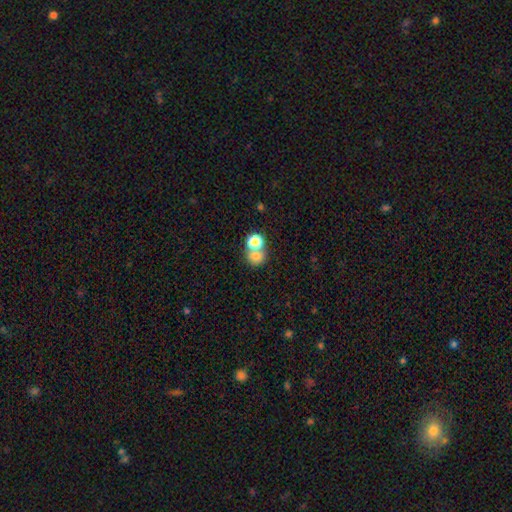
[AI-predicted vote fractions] This appears to be a smooth galaxy with no disk features (75%) that is round (78%). Merging: merger (50%).